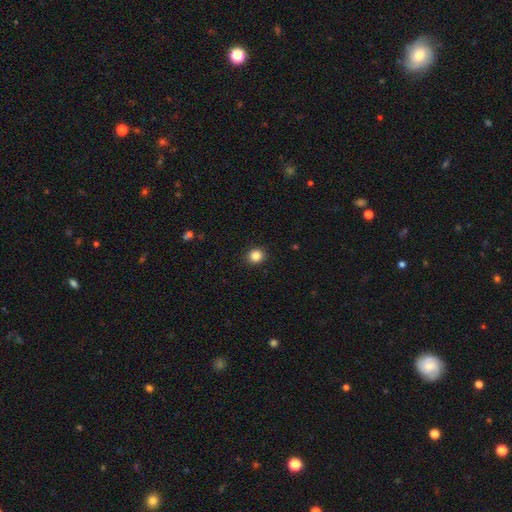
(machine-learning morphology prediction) Smooth or featured?
  - smooth: 85% *
  - star or artifact: 11%
  - featured or disk: 4%
How rounded?
  - round: 83% *
  - in between: 16%
  - cigar-shaped: 1%
Merging?
  - none: 91% *
  - minor disturbance: 6%
  - major disturbance: 2%
  - merger: 1%